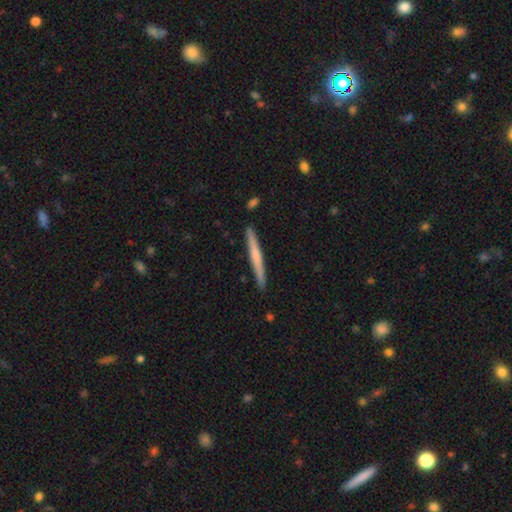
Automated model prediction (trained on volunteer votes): smooth-or-featured: smooth: 53% | featured or disk: 42% | star or artifact: 5%
  how-rounded: cigar-shaped: 97% | in between: 2% | round: 1%
  merging: none: 91% | minor disturbance: 7% | merger: 1% | major disturbance: 1%